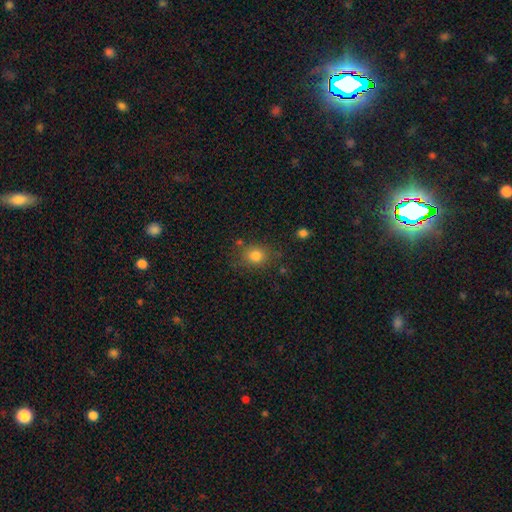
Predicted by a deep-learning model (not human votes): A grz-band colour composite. It shows a smooth galaxy with no disk features (80%) that is round (63%). Merging: none (76%).